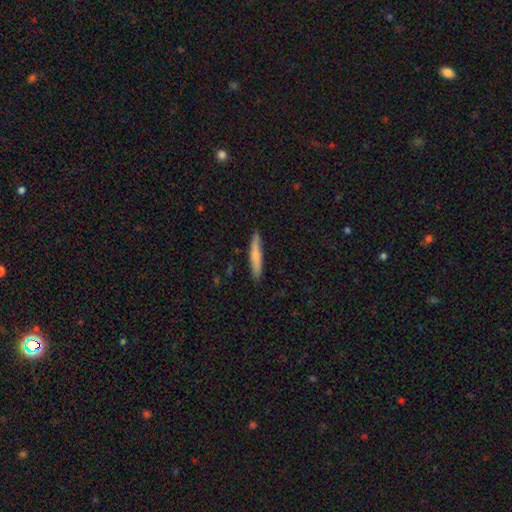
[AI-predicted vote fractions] smooth 73%, featured or disk 21%, star or artifact 6%. Down the decision tree: how rounded — cigar-shaped (92%); merging — none (86%).